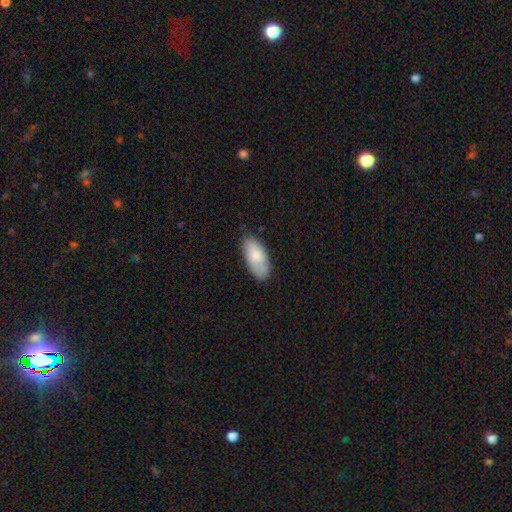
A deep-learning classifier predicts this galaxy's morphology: smooth 83%, featured or disk 11%, star or artifact 6%. Down the decision tree: how rounded — in between (91%); merging — none (78%).